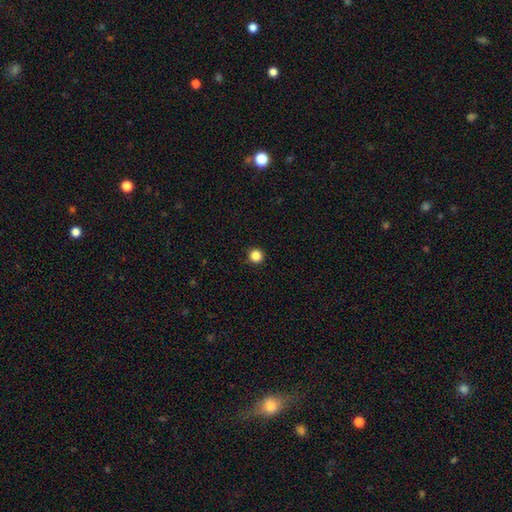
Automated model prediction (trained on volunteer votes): Q: Smooth or featured?
A: smooth (86%); runner-up: star or artifact (11%)
Q: How rounded?
A: round (96%); runner-up: in between (3%)
Q: Merging?
A: none (93%); runner-up: minor disturbance (4%)